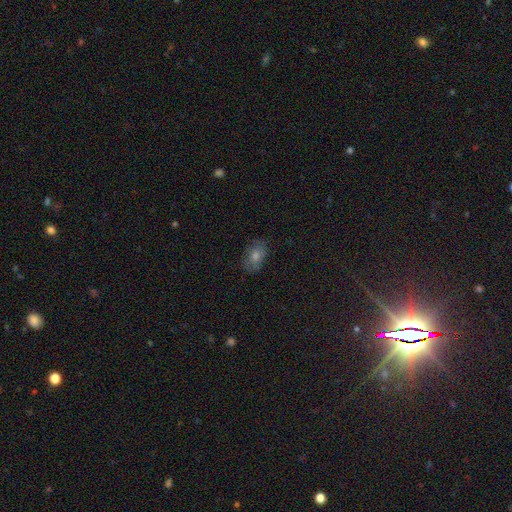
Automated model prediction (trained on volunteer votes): Smooth or featured? smooth (60%)
How rounded? in between (82%)
Merging? none (82%)